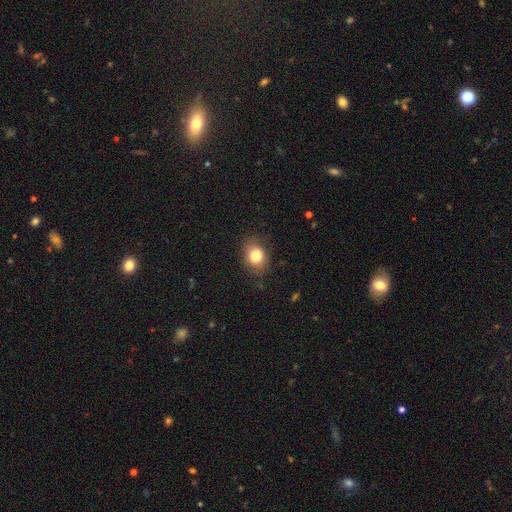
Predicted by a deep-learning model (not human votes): Morphology: type=smooth (80%); roundness=in between (51%); merging=none (80%).